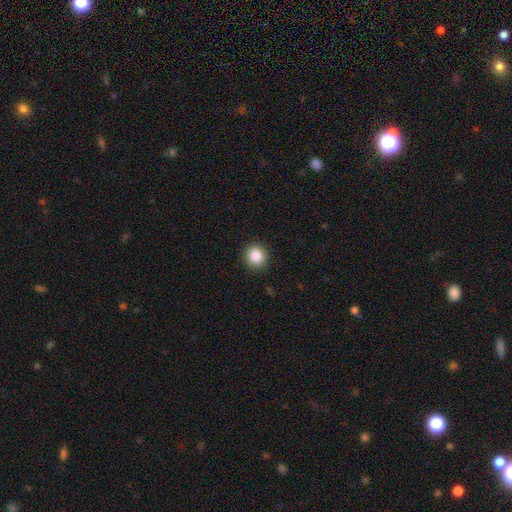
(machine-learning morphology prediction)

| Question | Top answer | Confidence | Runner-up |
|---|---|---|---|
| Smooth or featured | smooth | 86% | star or artifact (10%) |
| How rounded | round | 87% | in between (12%) |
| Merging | none | 91% | minor disturbance (6%) |